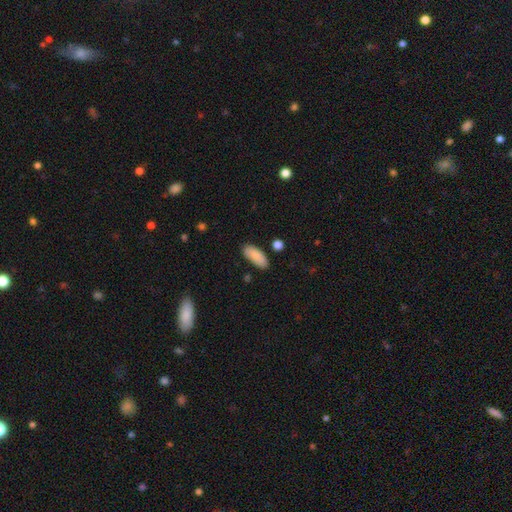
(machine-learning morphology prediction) Q: Smooth or featured?
A: smooth (88%); runner-up: star or artifact (6%)
Q: How rounded?
A: in between (82%); runner-up: cigar-shaped (16%)
Q: Merging?
A: none (82%); runner-up: minor disturbance (13%)